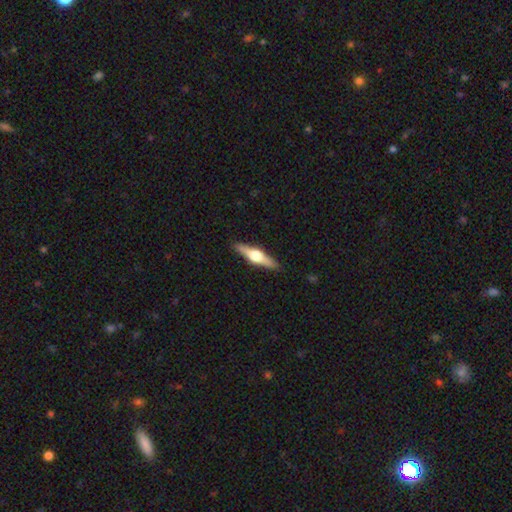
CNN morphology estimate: This appears to be a featured or disk galaxy (66%) viewed edge-on (97%) with a rounded central bulge (95%). Merging: none (91%).